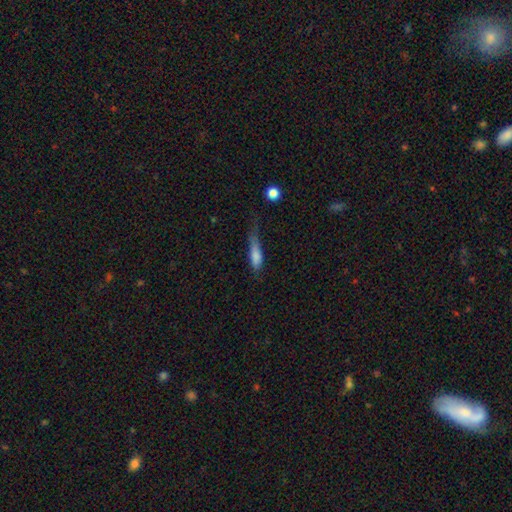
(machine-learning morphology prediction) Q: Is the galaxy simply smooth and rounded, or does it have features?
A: smooth — 76%.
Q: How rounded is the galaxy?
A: cigar-shaped — 59%.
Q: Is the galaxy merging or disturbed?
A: minor disturbance — 39%.